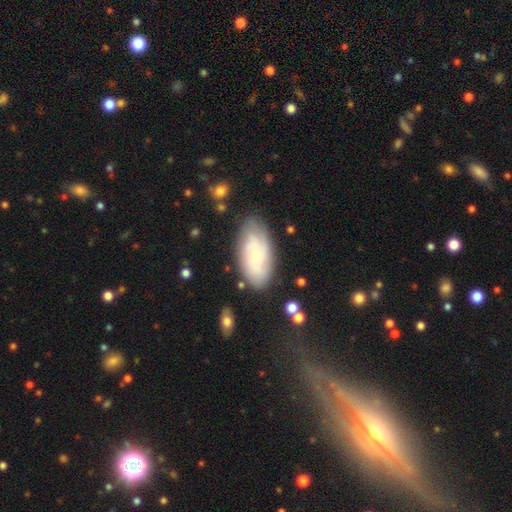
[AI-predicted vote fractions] Smooth or featured?
  - featured or disk: 50% *
  - smooth: 43%
  - star or artifact: 7%
Merging?
  - none: 76% *
  - minor disturbance: 17%
  - major disturbance: 5%
  - merger: 3%